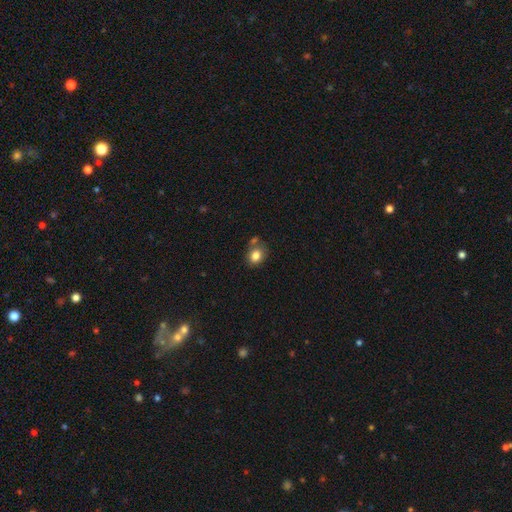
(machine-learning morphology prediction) Q: Smooth or featured?
A: smooth (82%); runner-up: star or artifact (10%)
Q: How rounded?
A: round (55%); runner-up: in between (44%)
Q: Merging?
A: none (62%); runner-up: minor disturbance (17%)